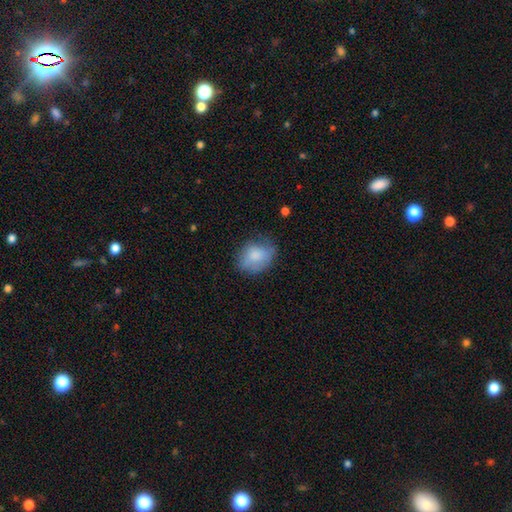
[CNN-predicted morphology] This appears to be a smooth galaxy with no disk features (79%) that is in between round and cigar-shaped (61%). Merging: none (59%).